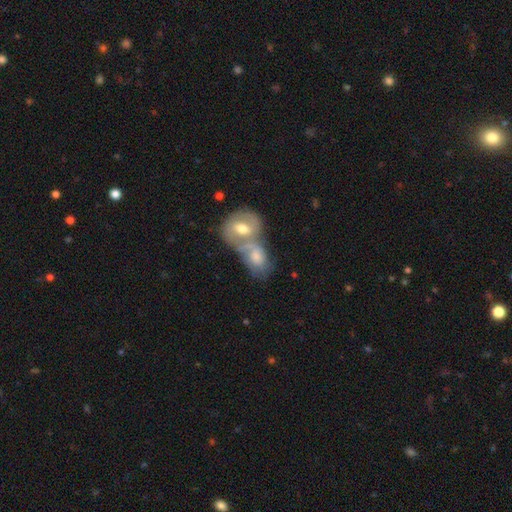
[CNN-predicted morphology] smooth_or_featured: smooth (p=0.56) [alt: featured or disk p=0.37]
how_rounded: in between (p=0.78) [alt: round p=0.19]
merging: merger (p=0.69) [alt: none p=0.17]